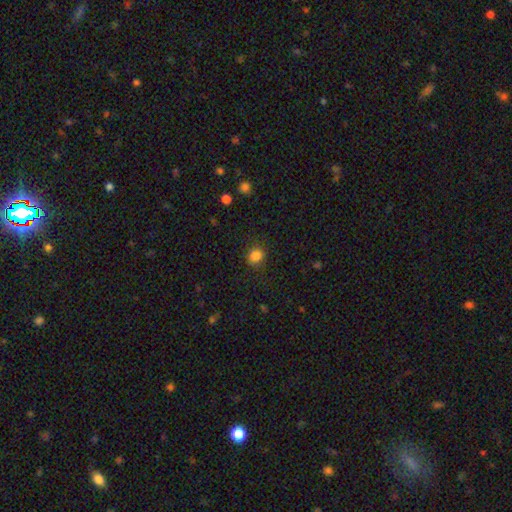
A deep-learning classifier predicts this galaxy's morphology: Smooth or featured? Predicted: smooth (p=0.84). How rounded? Predicted: round (p=0.64). Merging? Predicted: none (p=0.82).